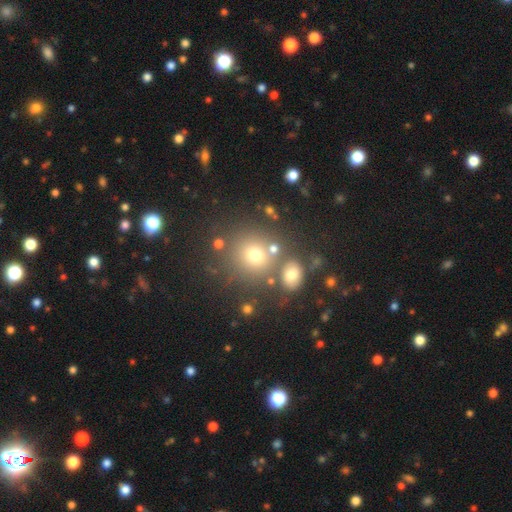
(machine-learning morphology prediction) This is likely a smooth galaxy (66%). How rounded: clearly round (86%). Merging: likely none (68%).